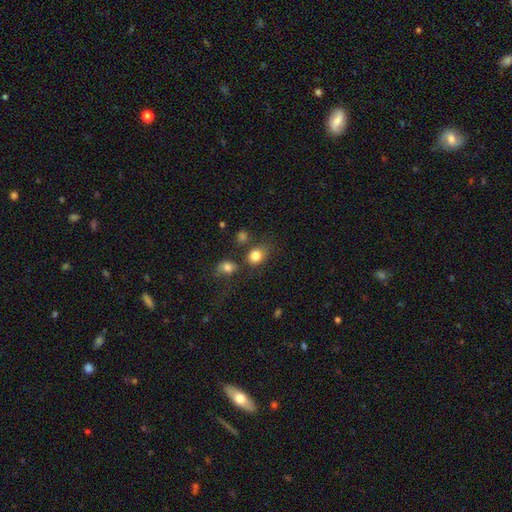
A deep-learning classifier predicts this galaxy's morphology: type=smooth (81%); roundness=round (58%); merging=none (62%).